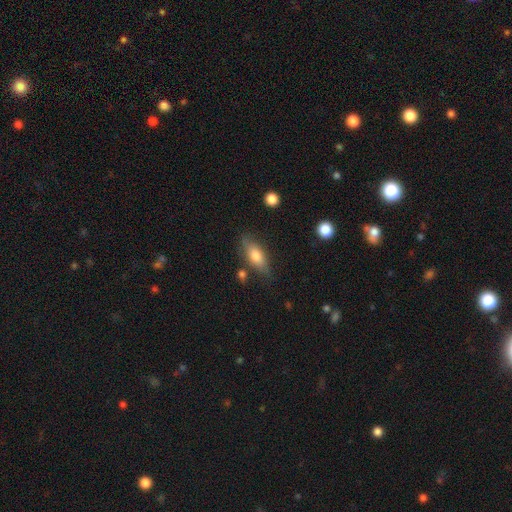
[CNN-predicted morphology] smooth 72%, featured or disk 21%, star or artifact 7%. Down the decision tree: how rounded — in between (76%); merging — none (72%).